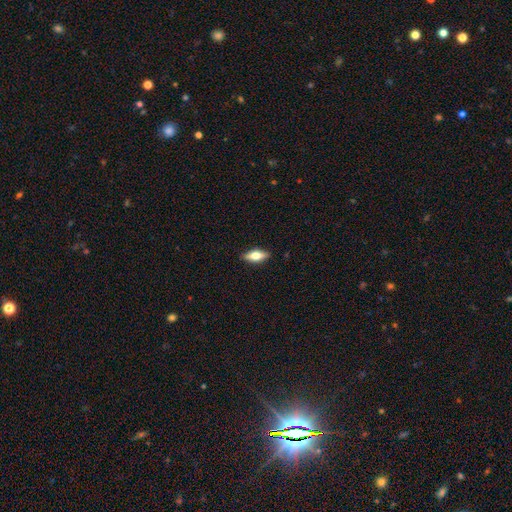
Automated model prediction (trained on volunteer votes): A smooth galaxy with no disk features (50%) that is in between round and cigar-shaped (67%). Merging: none (89%).